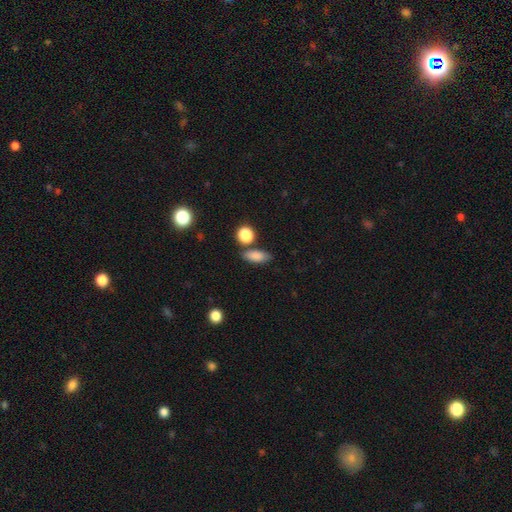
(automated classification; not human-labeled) Smooth or featured?
  - smooth: 84% *
  - star or artifact: 8%
  - featured or disk: 7%
How rounded?
  - in between: 74% *
  - cigar-shaped: 15%
  - round: 11%
Merging?
  - none: 71% *
  - minor disturbance: 13%
  - merger: 12%
  - major disturbance: 4%